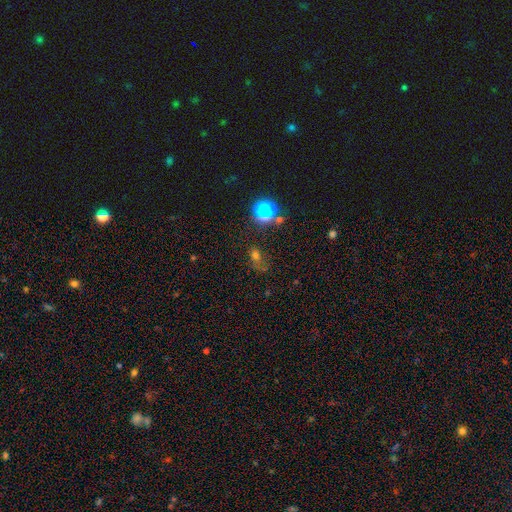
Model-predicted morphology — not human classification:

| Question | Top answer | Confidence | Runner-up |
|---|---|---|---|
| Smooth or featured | smooth | 53% | star or artifact (35%) |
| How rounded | in between | 49% | round (48%) |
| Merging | none | 50% | minor disturbance (22%) |